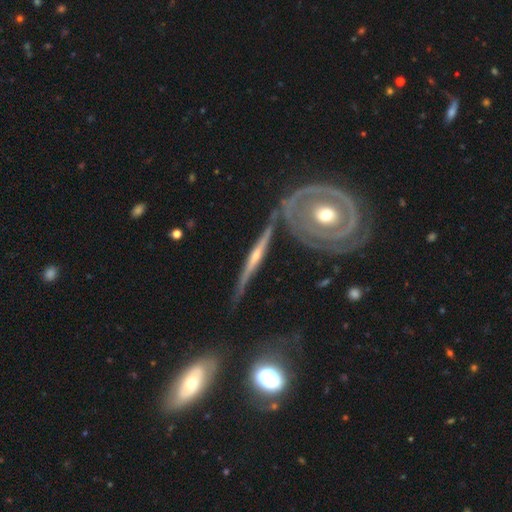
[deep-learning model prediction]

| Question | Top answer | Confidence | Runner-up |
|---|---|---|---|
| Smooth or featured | featured or disk | 80% | smooth (12%) |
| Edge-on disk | yes | 61% | no (39%) |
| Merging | none | 67% | minor disturbance (16%) |